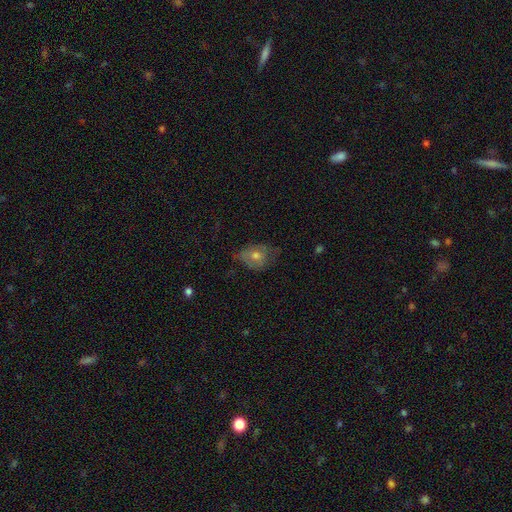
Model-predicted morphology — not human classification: Smooth or featured? Predicted: smooth (p=0.52). How rounded? Predicted: in between (p=0.61). Merging? Predicted: none (p=0.52).